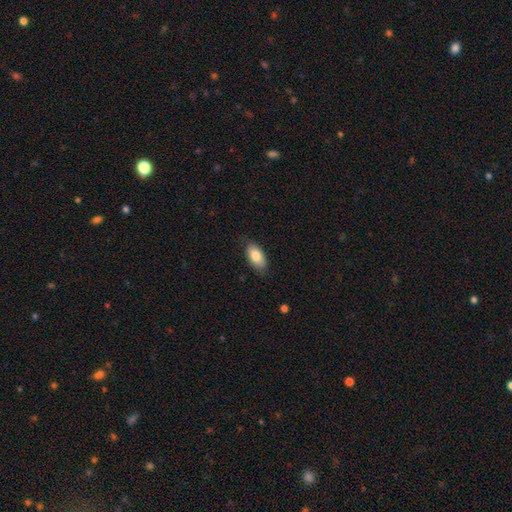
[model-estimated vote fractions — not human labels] Smooth or featured? Predicted: smooth (p=0.83). How rounded? Predicted: in between (p=0.94). Merging? Predicted: none (p=0.78).